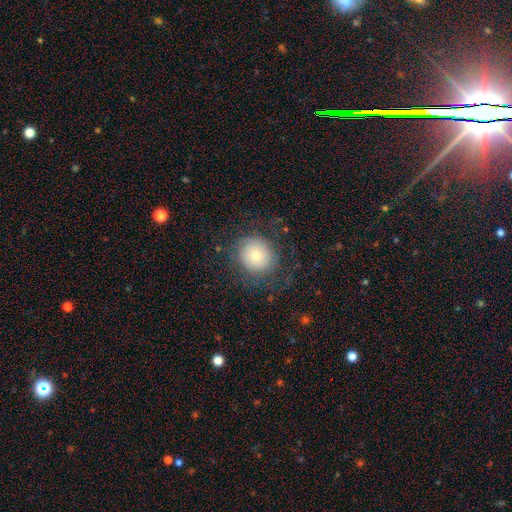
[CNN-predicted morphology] type=smooth (66%); roundness=round (87%); merging=none (71%).